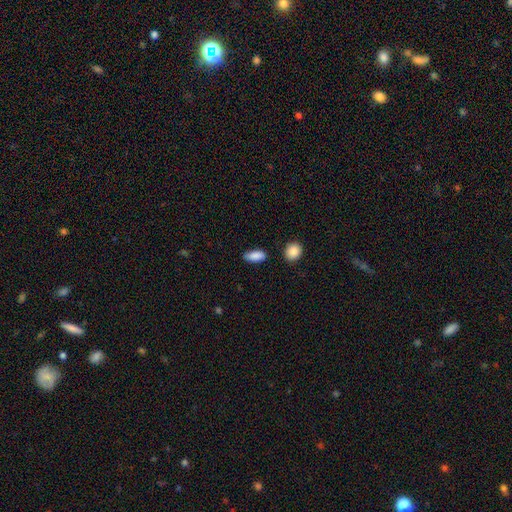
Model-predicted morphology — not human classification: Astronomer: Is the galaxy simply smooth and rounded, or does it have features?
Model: smooth — 88%.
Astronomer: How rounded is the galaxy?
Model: in between — 88%.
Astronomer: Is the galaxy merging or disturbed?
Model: none — 79%.